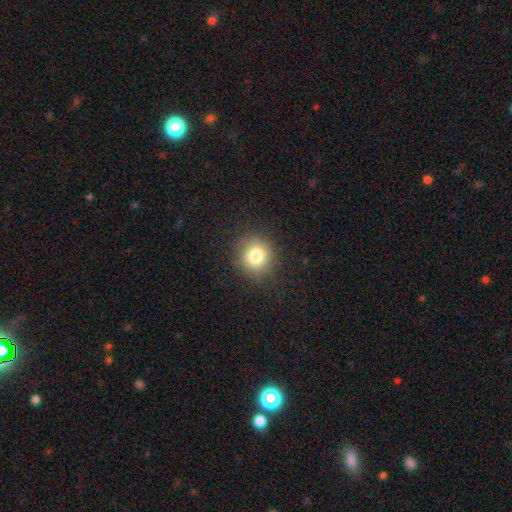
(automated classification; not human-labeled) Overall: smooth (81%). How rounded: round (87%). Merging: none (88%).